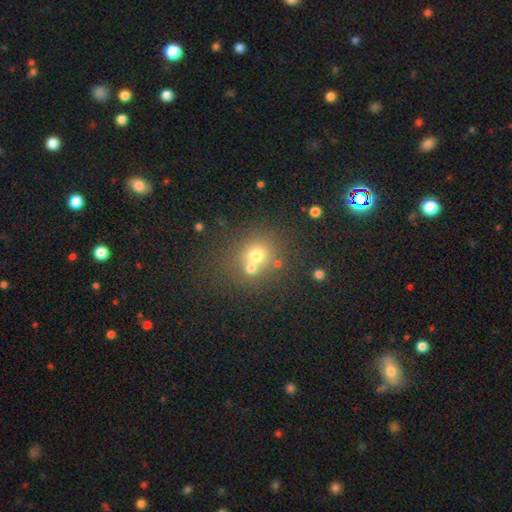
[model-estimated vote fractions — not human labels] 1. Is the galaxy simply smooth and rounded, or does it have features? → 66% smooth, 18% star or artifact, 17% featured or disk.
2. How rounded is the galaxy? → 81% round, 18% in between, 1% cigar-shaped.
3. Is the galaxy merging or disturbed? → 49% none, 40% merger, 8% minor disturbance, 4% major disturbance.